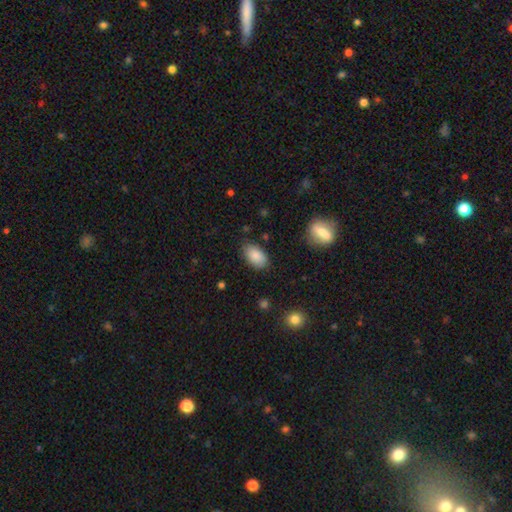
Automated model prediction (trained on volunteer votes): Smooth or featured? Predicted: smooth (p=0.85). How rounded? Predicted: in between (p=0.94). Merging? Predicted: none (p=0.81).